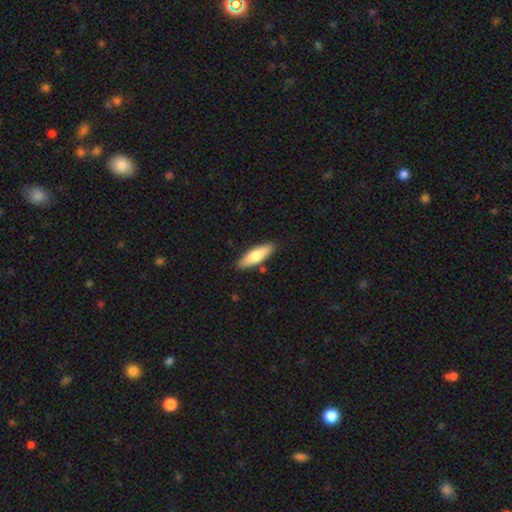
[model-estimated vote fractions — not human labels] Overall: smooth (70%). How rounded: in between (51%; cigar-shaped 47%). Merging: none (85%).